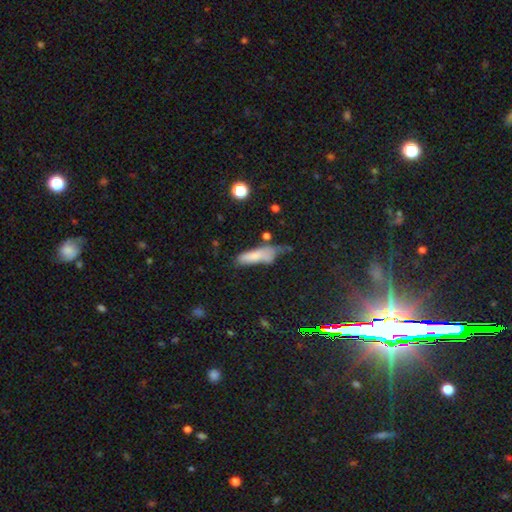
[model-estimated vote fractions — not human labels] This is likely a smooth galaxy (74%). How rounded: possibly cigar-shaped (57%). Merging: marginally none (36%).